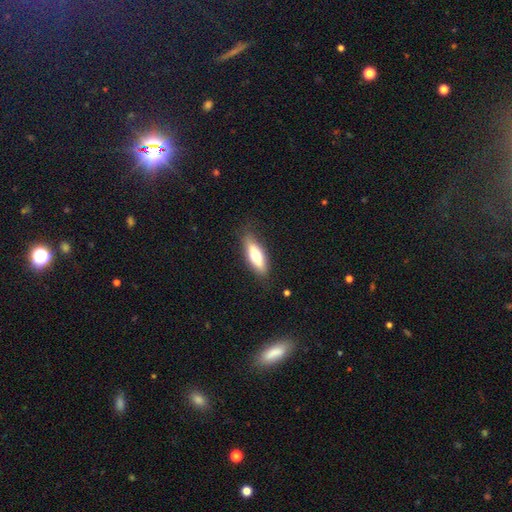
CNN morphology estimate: smooth-or-featured: smooth: 59% | featured or disk: 35% | star or artifact: 6%
  how-rounded: in between: 51% | cigar-shaped: 46% | round: 2%
  merging: none: 82% | minor disturbance: 14% | major disturbance: 3% | merger: 1%